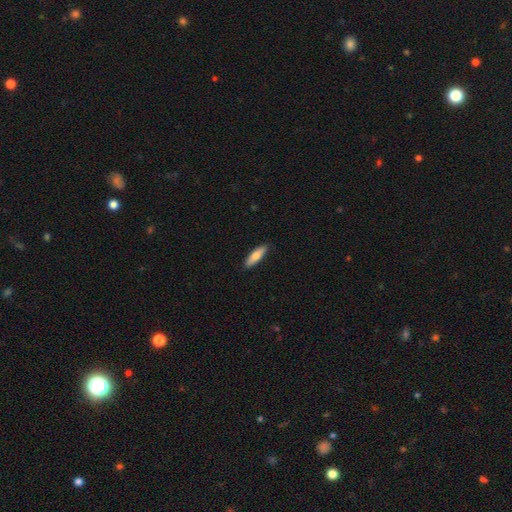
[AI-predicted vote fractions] This appears to be a smooth galaxy with no disk features (76%) that is cigar-shaped (58%). Merging: none (89%).